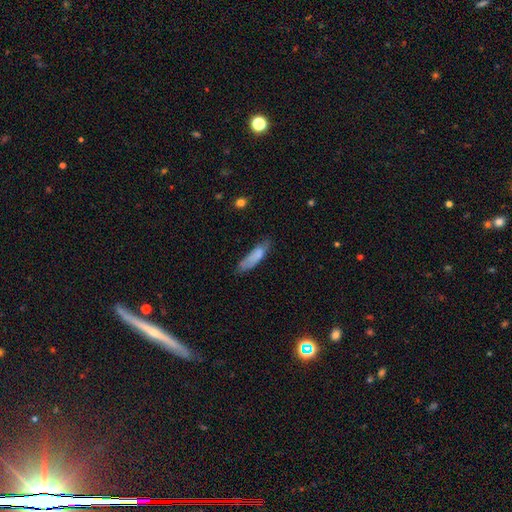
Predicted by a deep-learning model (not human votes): smooth_or_featured: smooth (p=0.79) [alt: featured or disk p=0.15]
how_rounded: cigar-shaped (p=0.63) [alt: in between p=0.36]
merging: none (p=0.53) [alt: minor disturbance p=0.32]